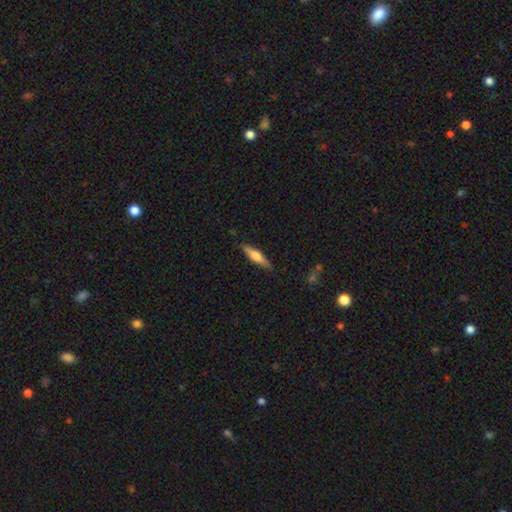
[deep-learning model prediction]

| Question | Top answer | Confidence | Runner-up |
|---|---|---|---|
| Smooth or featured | featured or disk | 47% | tied: smooth (47%) |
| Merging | none | 86% | minor disturbance (11%) |